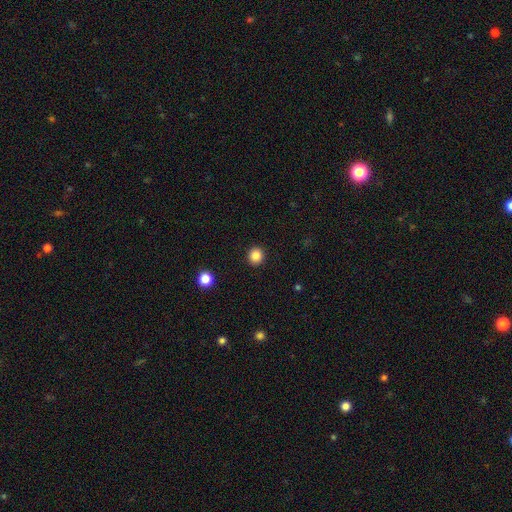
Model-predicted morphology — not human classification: A smooth galaxy with no disk features (85%) that is round (90%).

Vote fractions:
- Smooth or featured? smooth: 85% / star or artifact: 11% / featured or disk: 5%
- How rounded? round: 90% / in between: 10% / cigar-shaped: 1%
- Merging? none: 93% / minor disturbance: 5% / major disturbance: 2% / merger: 1%